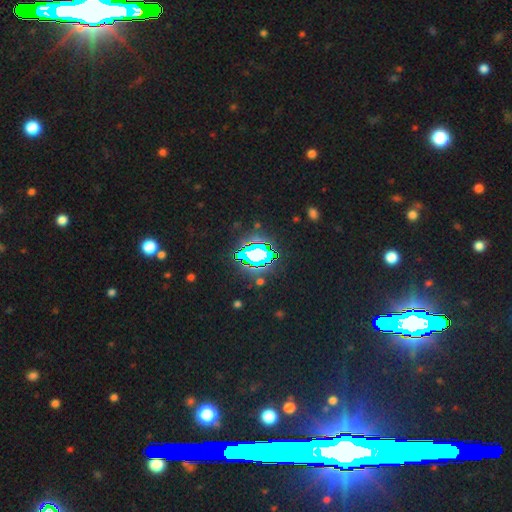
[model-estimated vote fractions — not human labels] This appears to be a star or artifact, not a galaxy (73%).